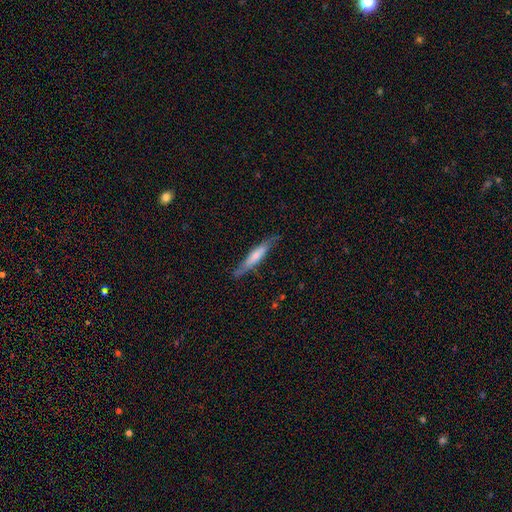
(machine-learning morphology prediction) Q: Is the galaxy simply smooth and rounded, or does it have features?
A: smooth — 57%.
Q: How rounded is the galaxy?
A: cigar-shaped — 88%.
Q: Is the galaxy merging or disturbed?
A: none — 76%.